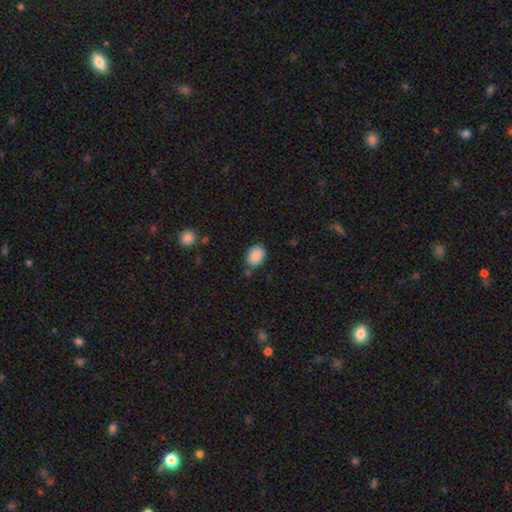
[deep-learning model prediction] Morphology: type=smooth (88%); roundness=in between (80%); merging=none (75%).